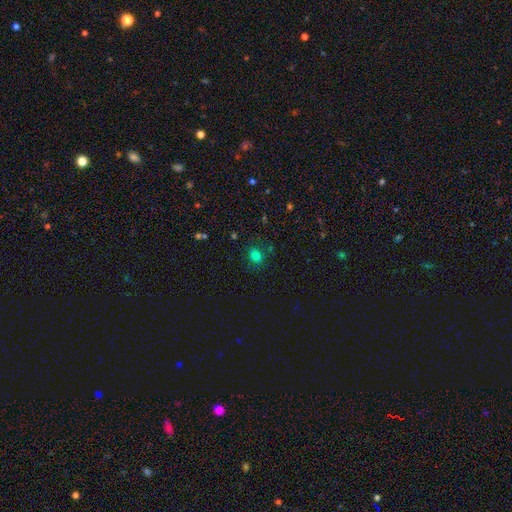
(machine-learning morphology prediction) This appears to be a smooth galaxy with no disk features (76%) that is round (60%). Merging: none (81%).